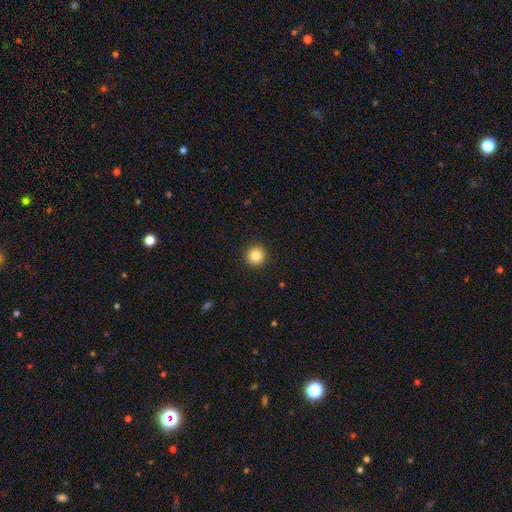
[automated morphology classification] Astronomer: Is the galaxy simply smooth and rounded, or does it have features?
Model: smooth — 84%.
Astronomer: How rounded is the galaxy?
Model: round — 95%.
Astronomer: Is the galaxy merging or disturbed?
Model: none — 93%.